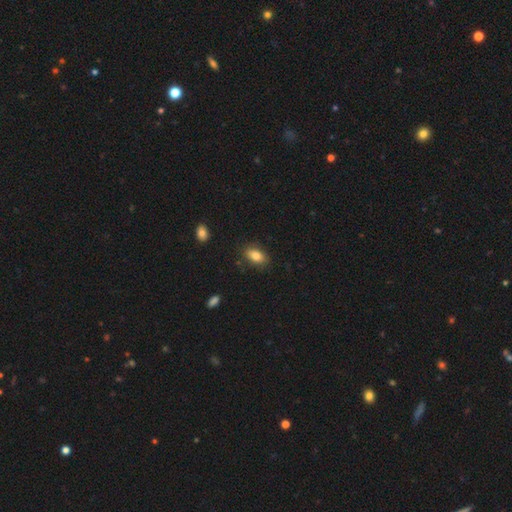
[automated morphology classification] Overall: smooth (83%). How rounded: in between (89%). Merging: none (83%).